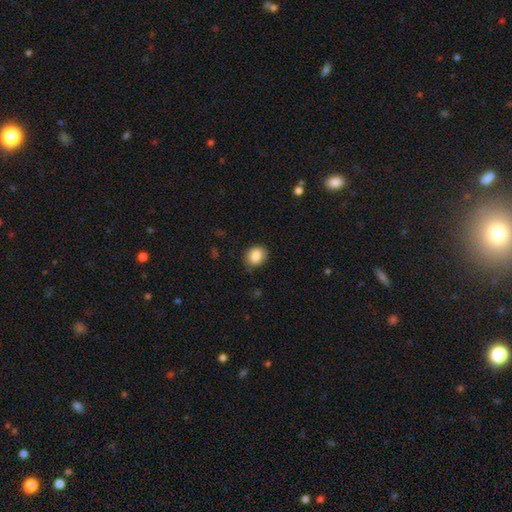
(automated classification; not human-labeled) Q: Smooth or featured?
A: smooth (86%); runner-up: star or artifact (8%)
Q: How rounded?
A: in between (50%); runner-up: round (49%)
Q: Merging?
A: none (82%); runner-up: minor disturbance (14%)